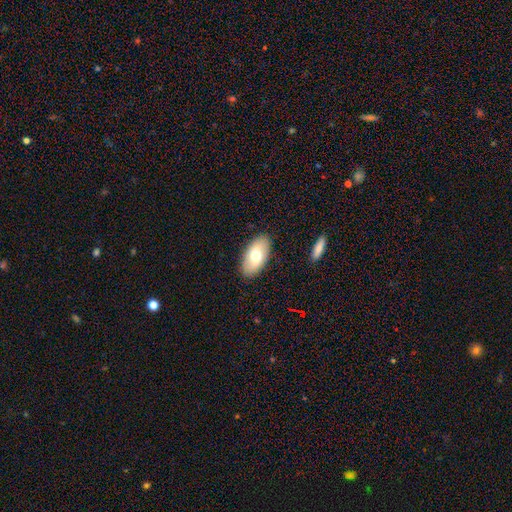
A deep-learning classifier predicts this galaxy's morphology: Smooth or featured?
  - smooth: 70% *
  - featured or disk: 24%
  - star or artifact: 6%
How rounded?
  - in between: 94% *
  - round: 3%
  - cigar-shaped: 3%
Merging?
  - none: 88% *
  - minor disturbance: 9%
  - major disturbance: 2%
  - merger: 1%